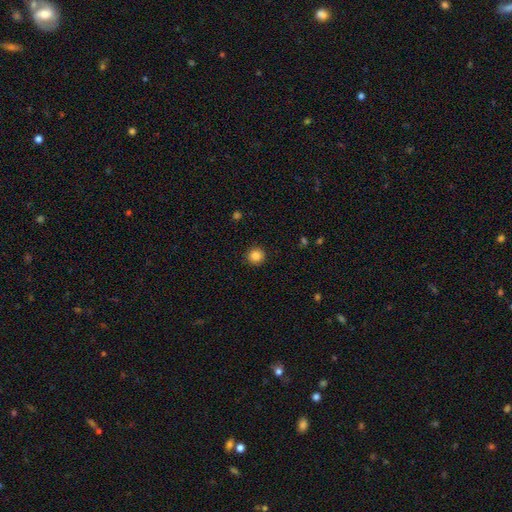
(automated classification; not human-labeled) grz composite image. It shows a smooth galaxy with no disk features (85%) that is round (94%). Merging: none (92%).